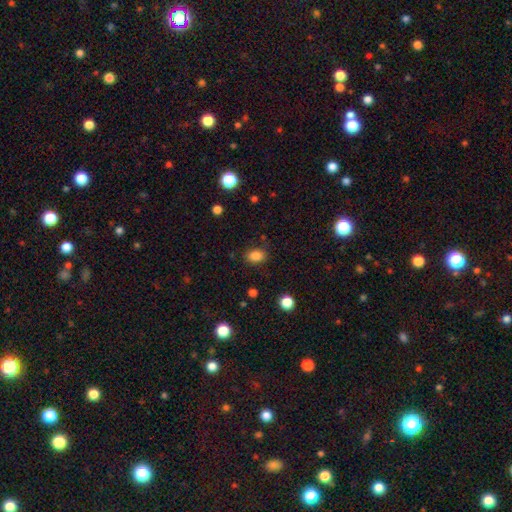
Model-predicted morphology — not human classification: The model was most divided on "how rounded": in between: 71%, round: 27%, cigar-shaped: 1%. More confident: smooth or featured — smooth (85%); merging — none (83%).